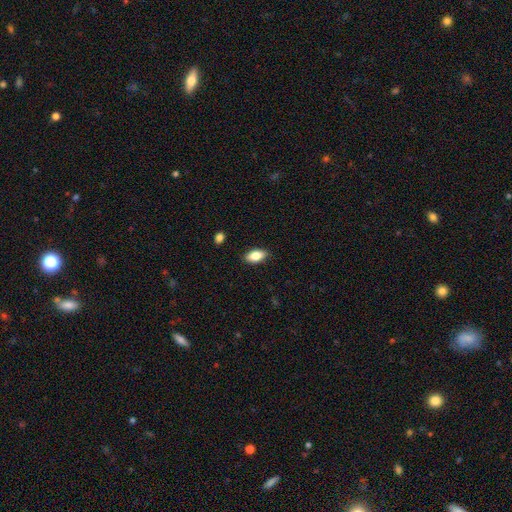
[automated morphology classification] This appears to be a smooth galaxy with no disk features (82%) that is in between round and cigar-shaped (91%). Merging: none (88%).